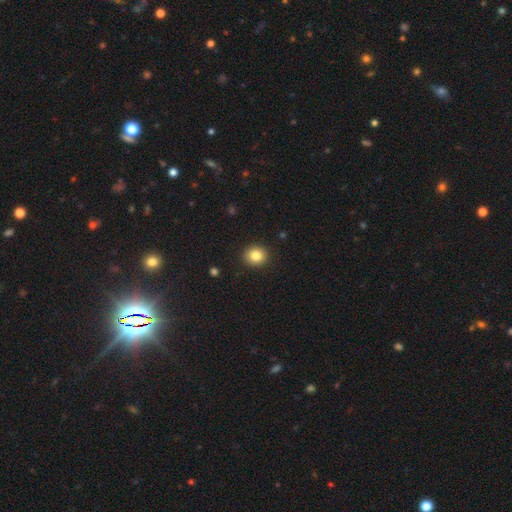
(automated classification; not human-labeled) A smooth galaxy with no disk features (83%) that is round (80%).

Vote fractions:
- Smooth or featured? smooth: 83% / star or artifact: 10% / featured or disk: 7%
- How rounded? round: 80% / in between: 20% / cigar-shaped: 1%
- Merging? none: 91% / minor disturbance: 6% / major disturbance: 2% / merger: 1%